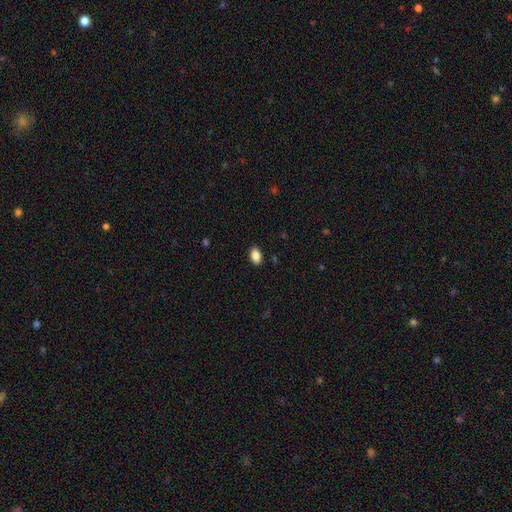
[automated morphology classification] Q: Smooth or featured?
A: smooth (87%); runner-up: star or artifact (8%)
Q: How rounded?
A: in between (89%); runner-up: round (9%)
Q: Merging?
A: none (89%); runner-up: minor disturbance (8%)